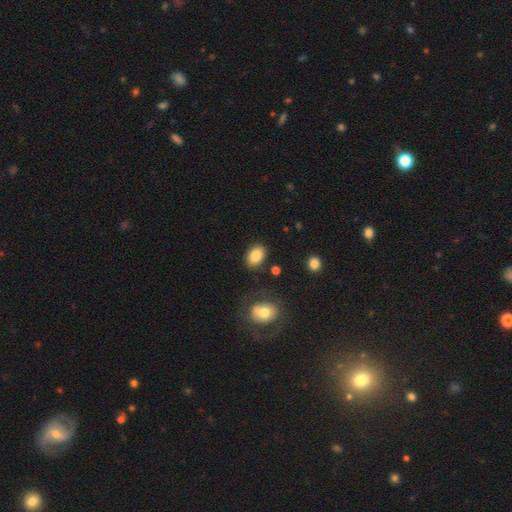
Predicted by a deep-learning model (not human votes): Smooth or featured?
  - smooth: 86% *
  - star or artifact: 8%
  - featured or disk: 6%
How rounded?
  - in between: 81% *
  - round: 18%
  - cigar-shaped: 1%
Merging?
  - none: 83% *
  - minor disturbance: 10%
  - merger: 3%
  - major disturbance: 3%